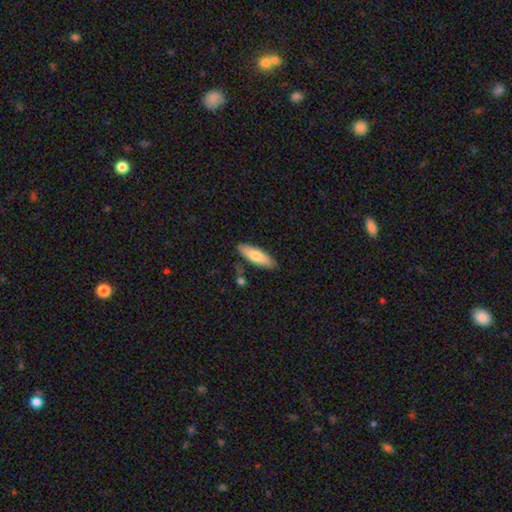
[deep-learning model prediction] Overall: smooth (75%). How rounded: cigar-shaped (50%; in between 48%). Merging: none (83%).